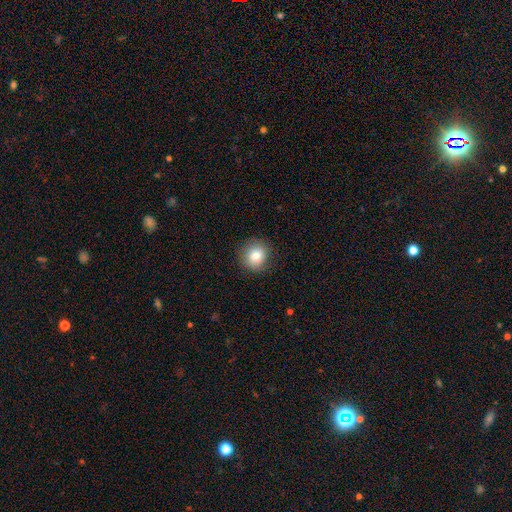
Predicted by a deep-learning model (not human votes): Q: Smooth or featured?
A: smooth (79%); runner-up: featured or disk (11%)
Q: How rounded?
A: round (82%); runner-up: in between (17%)
Q: Merging?
A: none (85%); runner-up: minor disturbance (11%)